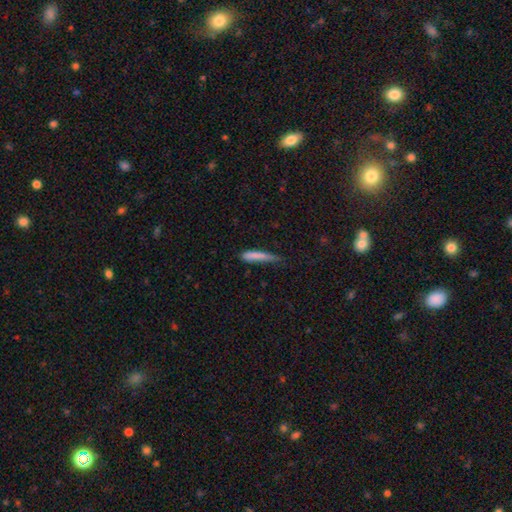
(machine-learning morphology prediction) A smooth galaxy with no disk features (80%) that is cigar-shaped (89%). Merging: none (51%).